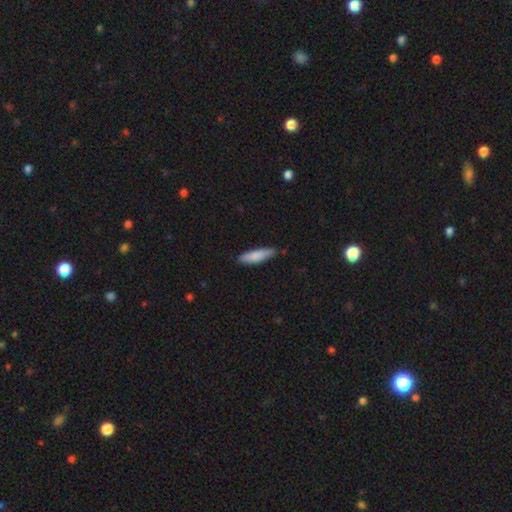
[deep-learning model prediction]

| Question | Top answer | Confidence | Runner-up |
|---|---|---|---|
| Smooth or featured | smooth | 80% | featured or disk (14%) |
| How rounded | cigar-shaped | 70% | in between (29%) |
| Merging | none | 82% | minor disturbance (15%) |